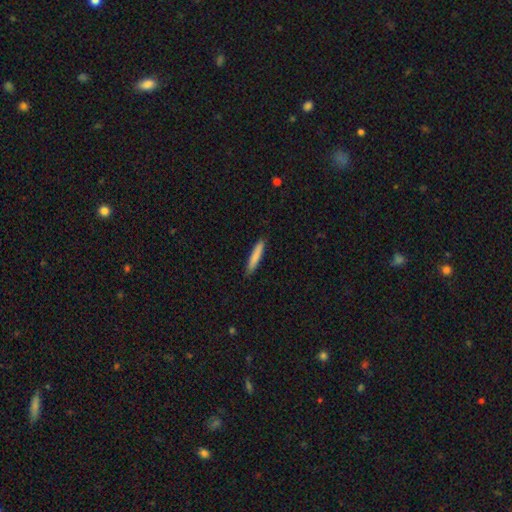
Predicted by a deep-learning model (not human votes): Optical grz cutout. It shows a smooth galaxy with no disk features (82%) that is cigar-shaped (93%). Merging: none (89%).